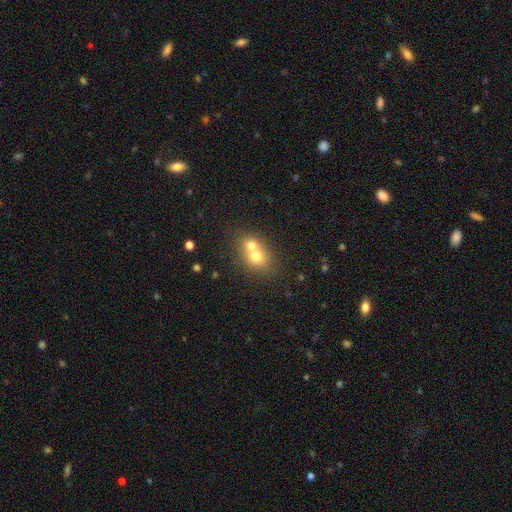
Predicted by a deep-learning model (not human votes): Smooth or featured?
  - smooth: 69% *
  - featured or disk: 20%
  - star or artifact: 11%
How rounded?
  - round: 64% *
  - in between: 35%
  - cigar-shaped: 1%
Merging?
  - merger: 66% *
  - none: 27%
  - minor disturbance: 5%
  - major disturbance: 2%